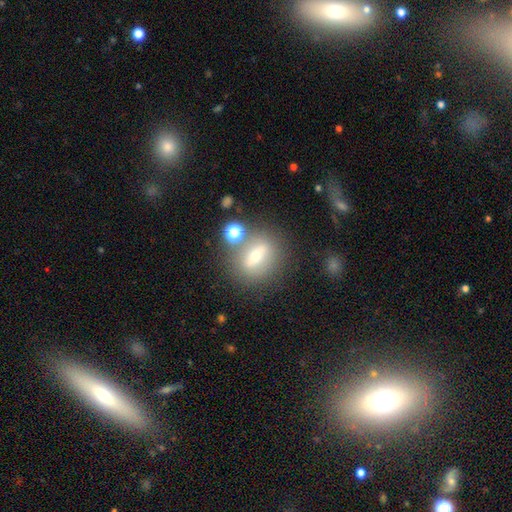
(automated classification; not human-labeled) Overall: smooth (50%; featured or disk 38%). Merging: none (73%).